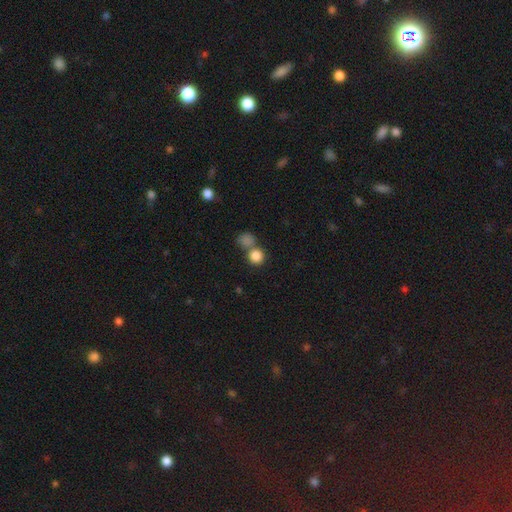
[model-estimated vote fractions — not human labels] smooth-or-featured: smooth: 84% | star or artifact: 10% | featured or disk: 6%
  how-rounded: round: 88% | in between: 11% | cigar-shaped: 1%
  merging: none: 51% | merger: 37% | minor disturbance: 8% | major disturbance: 4%